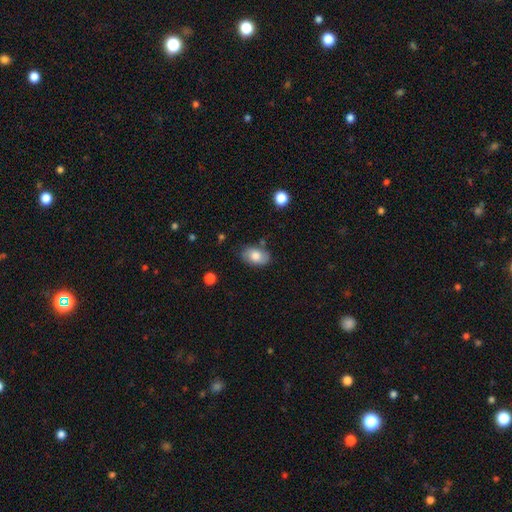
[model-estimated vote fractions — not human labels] This appears to be a smooth galaxy with no disk features (72%) that is in between round and cigar-shaped (89%). Merging: none (77%).